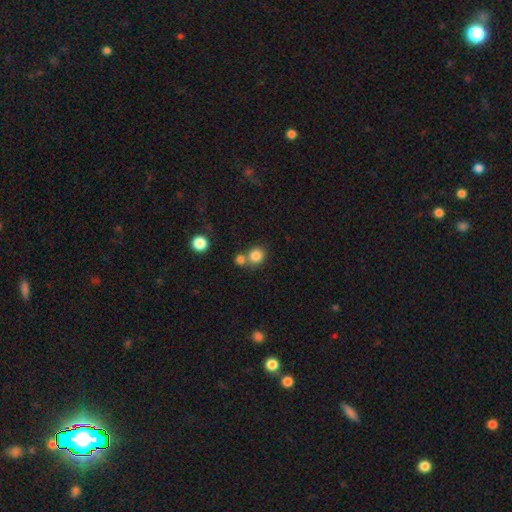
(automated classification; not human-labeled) This is clearly a smooth galaxy (82%). How rounded: likely round (79%). Merging: possibly none (54%).